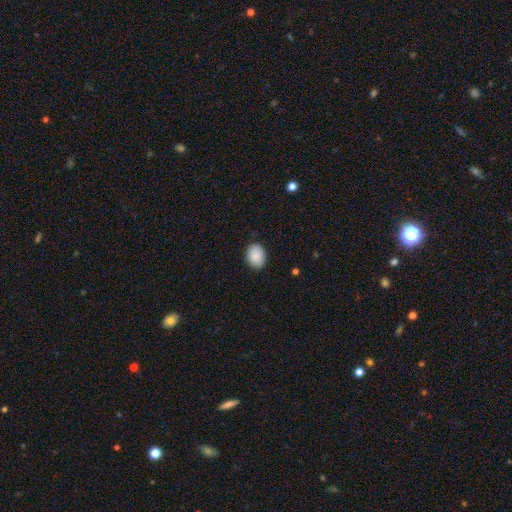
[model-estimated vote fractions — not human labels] Q: Smooth or featured?
A: smooth (88%); runner-up: star or artifact (7%)
Q: How rounded?
A: in between (68%); runner-up: round (31%)
Q: Merging?
A: none (86%); runner-up: minor disturbance (10%)